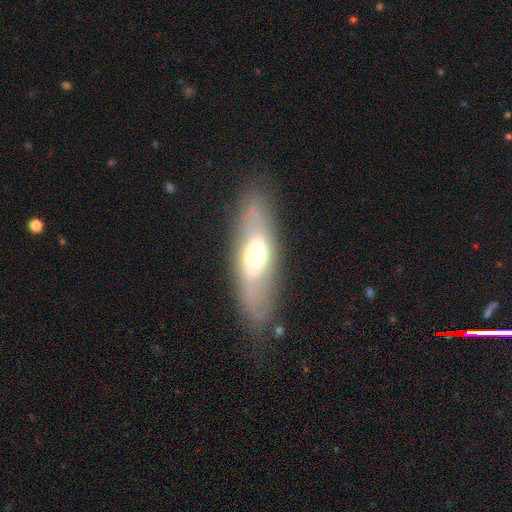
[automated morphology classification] smooth-or-featured: featured or disk: 53% | smooth: 40% | star or artifact: 7%
  disk-edge-on: no: 66% | yes: 34%
  merging: none: 79% | minor disturbance: 14% | major disturbance: 6% | merger: 2%